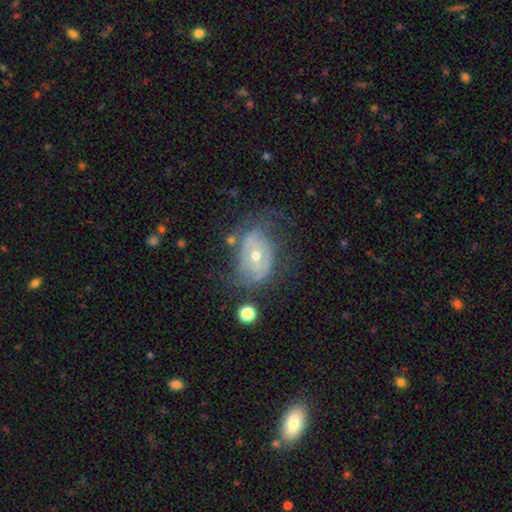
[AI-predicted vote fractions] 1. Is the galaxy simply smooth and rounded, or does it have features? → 71% featured or disk, 21% smooth, 8% star or artifact.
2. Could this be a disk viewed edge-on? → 95% no, 5% yes.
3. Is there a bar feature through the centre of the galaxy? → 69% no, 23% weak, 9% strong.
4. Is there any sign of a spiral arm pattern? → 66% yes, 34% no.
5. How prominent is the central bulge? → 53% moderate, 44% small, 2% large, 1% none, 1% dominant.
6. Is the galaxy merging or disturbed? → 48% none, 26% minor disturbance, 22% major disturbance, 3% merger.